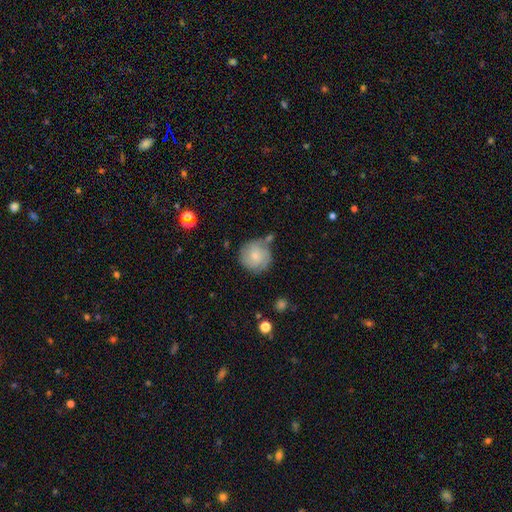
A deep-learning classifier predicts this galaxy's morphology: Q: Smooth or featured?
A: smooth (63%); runner-up: featured or disk (30%)
Q: How rounded?
A: round (92%); runner-up: in between (7%)
Q: Merging?
A: none (61%); runner-up: minor disturbance (22%)